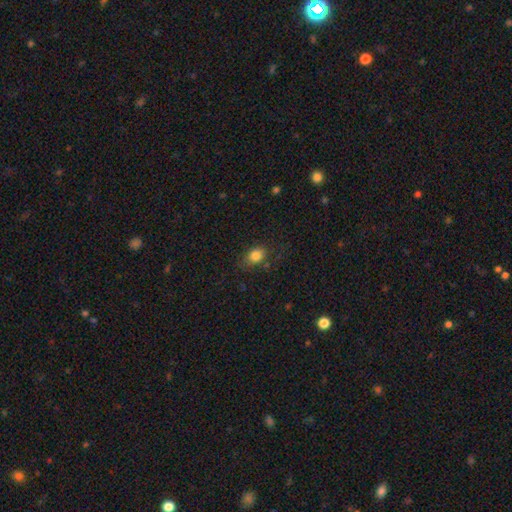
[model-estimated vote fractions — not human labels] This is clearly a smooth galaxy (82%). How rounded: likely in between (66%). Merging: likely none (74%).